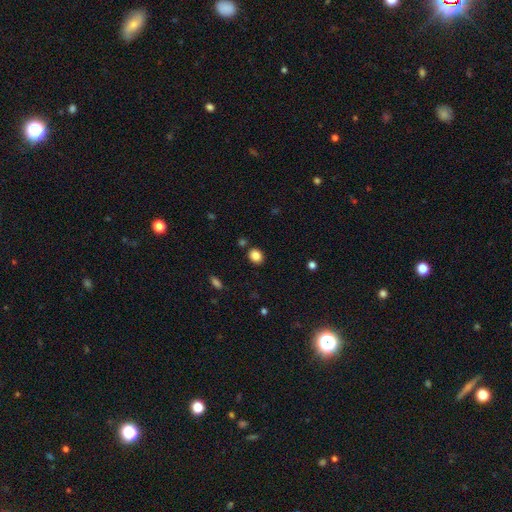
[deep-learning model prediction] Overall: smooth (85%). How rounded: round (53%; in between 46%). Merging: none (84%).